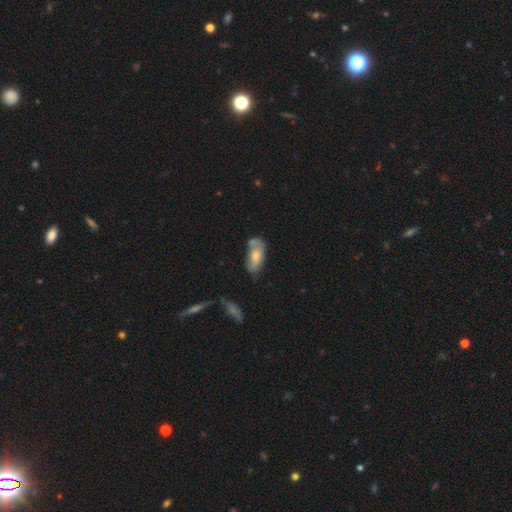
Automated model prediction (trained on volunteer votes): Smooth or featured: smooth — 63% (featured or disk — 31%)
How rounded: in between — 88% (cigar-shaped — 9%)
Merging: none — 44% (minor disturbance — 29%)